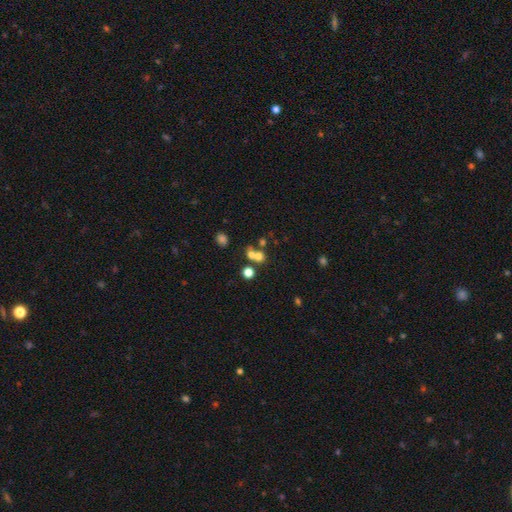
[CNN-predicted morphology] This appears to be a smooth galaxy with no disk features (63%) that is round (79%). Merging: merger (49%).